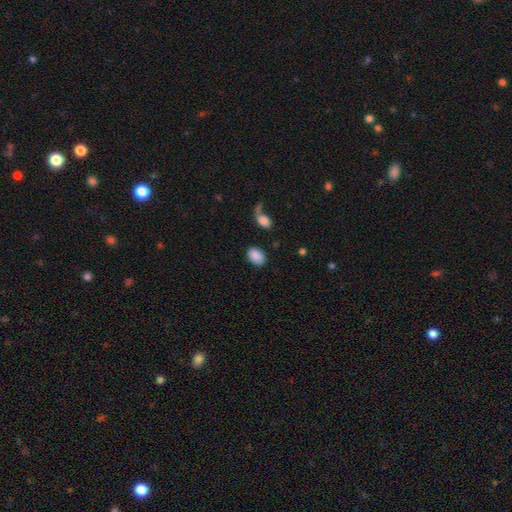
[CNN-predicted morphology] smooth 88%, star or artifact 7%, featured or disk 4%. Down the decision tree: how rounded — in between (81%); merging — none (82%).